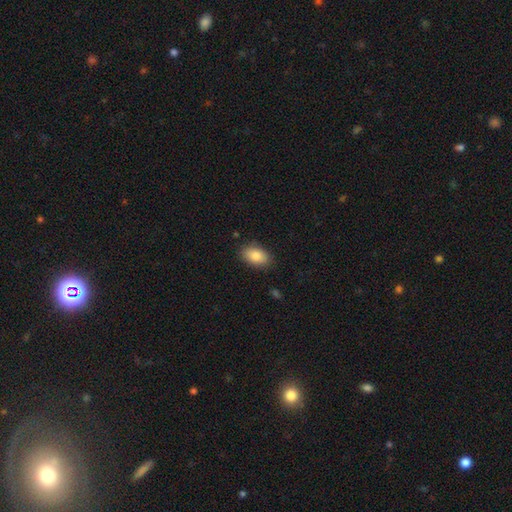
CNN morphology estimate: type=smooth (84%); roundness=in between (91%); merging=none (86%).